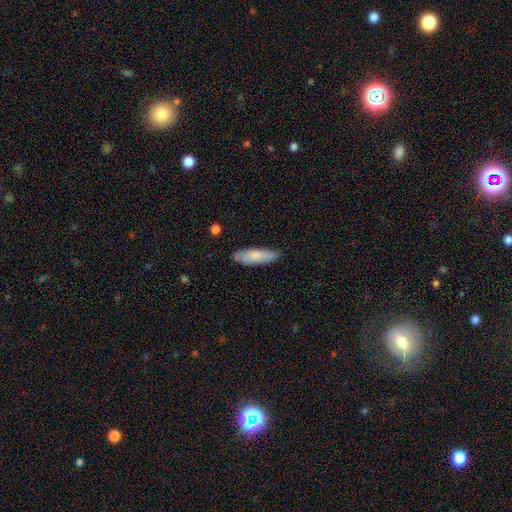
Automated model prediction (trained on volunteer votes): smooth 76%, featured or disk 18%, star or artifact 6%. Down the decision tree: how rounded — cigar-shaped (52%); merging — none (77%).